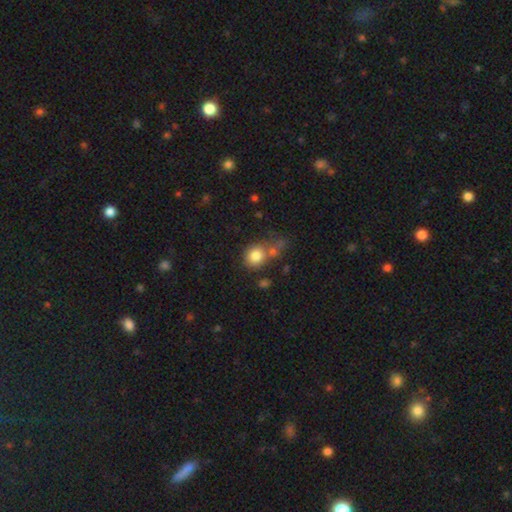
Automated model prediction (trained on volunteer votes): Q: Smooth or featured?
A: smooth (81%); runner-up: star or artifact (10%)
Q: How rounded?
A: round (75%); runner-up: in between (24%)
Q: Merging?
A: none (52%); runner-up: merger (24%)